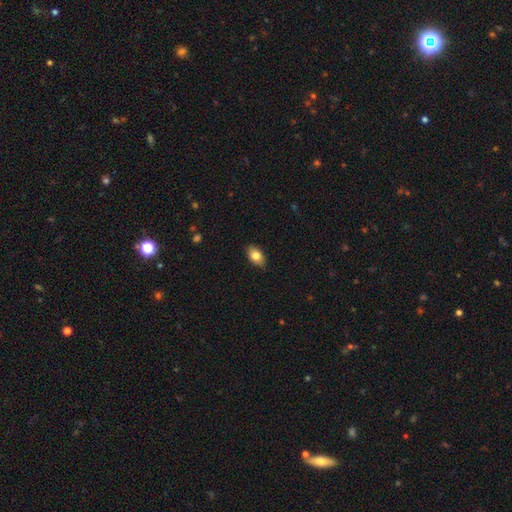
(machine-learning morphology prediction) smooth 80%, featured or disk 13%, star or artifact 7%. Down the decision tree: how rounded — in between (89%); merging — none (84%).